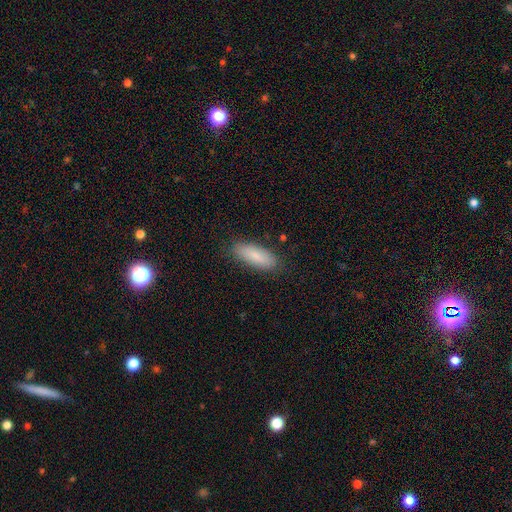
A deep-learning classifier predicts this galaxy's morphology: Smooth or featured? Predicted: smooth (p=0.85). How rounded? Predicted: in between (p=0.66). Merging? Predicted: none (p=0.84).